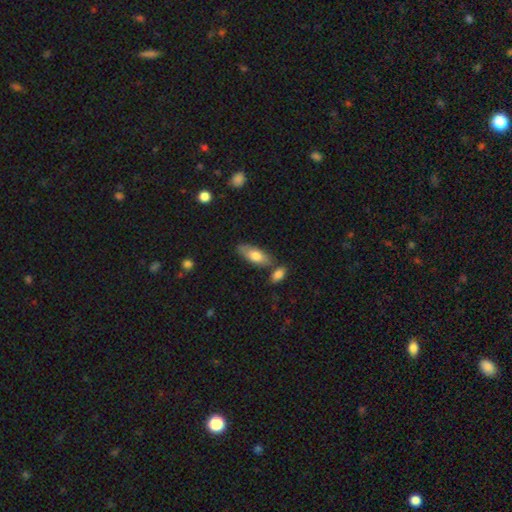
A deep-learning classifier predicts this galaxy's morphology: This appears to be a smooth galaxy with no disk features (73%) that is in between round and cigar-shaped (77%). Merging: none (69%).